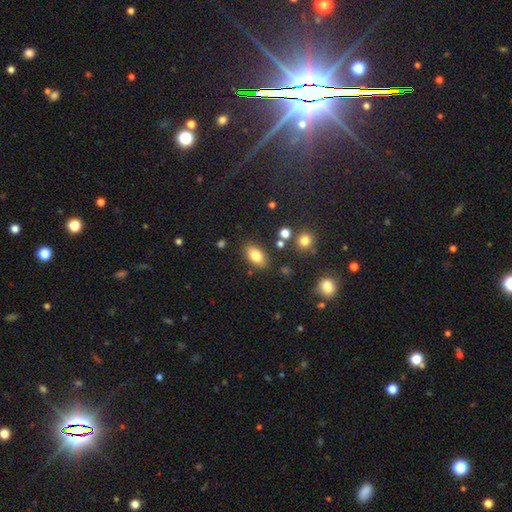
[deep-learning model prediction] A smooth galaxy with no disk features (81%) that is in between round and cigar-shaped (90%). Merging: none (83%).